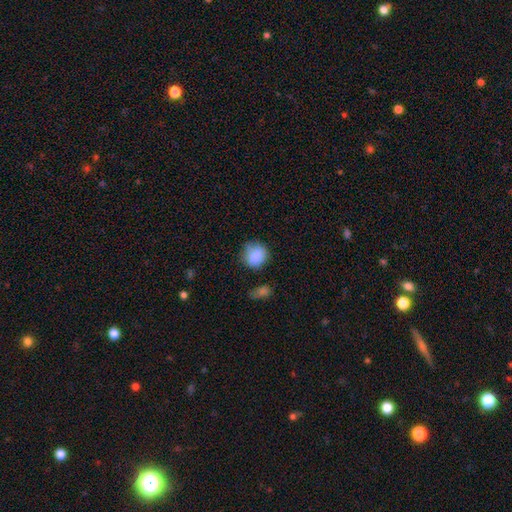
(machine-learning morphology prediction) type=smooth (86%); roundness=round (80%); merging=none (67%).